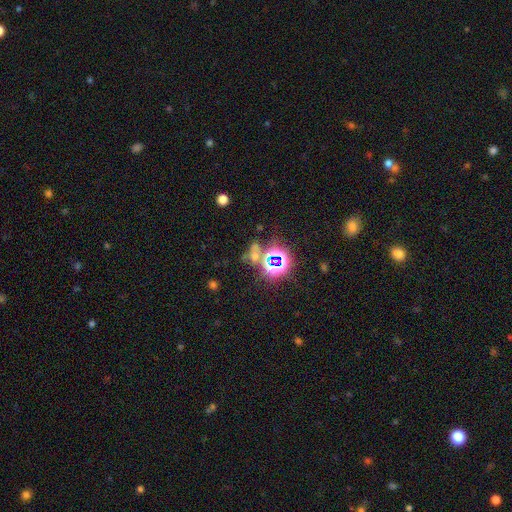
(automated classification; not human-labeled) Q: Smooth or featured?
A: star or artifact (65%); runner-up: smooth (23%)